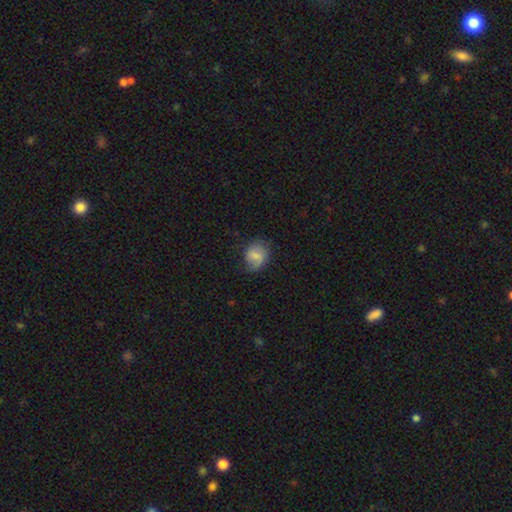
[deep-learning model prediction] A smooth galaxy with no disk features (67%) that is round (62%).

Vote fractions:
- Smooth or featured? smooth: 67% / featured or disk: 25% / star or artifact: 8%
- How rounded? round: 62% / in between: 37% / cigar-shaped: 1%
- Merging? none: 63% / minor disturbance: 25% / major disturbance: 10% / merger: 1%